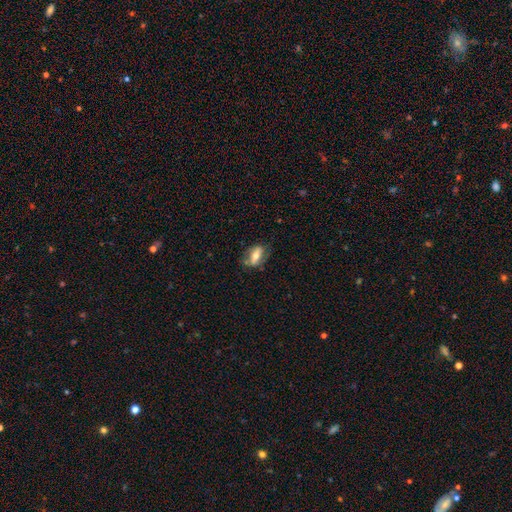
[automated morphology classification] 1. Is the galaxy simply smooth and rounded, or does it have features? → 49% smooth, 43% featured or disk, 7% star or artifact.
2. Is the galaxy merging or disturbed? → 65% none, 23% minor disturbance, 10% major disturbance, 2% merger.